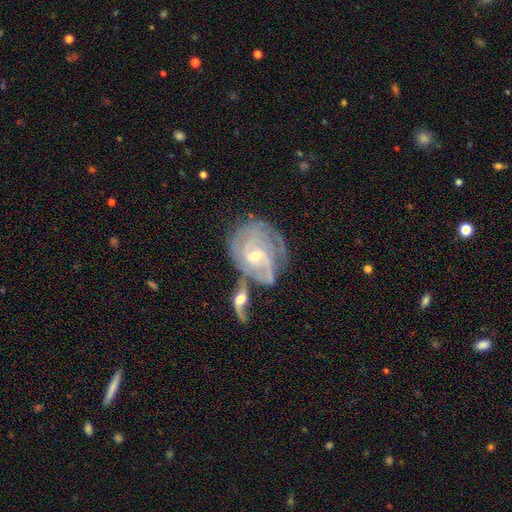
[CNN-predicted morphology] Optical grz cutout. It shows a featured or disk galaxy (87%) with a weak bar (45%), tight (62%) spiral arms (95%) and a small central bulge (56%). Merging: none (41%).